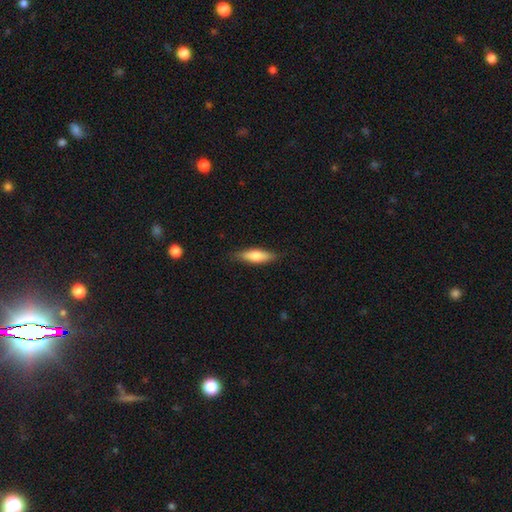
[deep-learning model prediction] Overall: smooth (66%; featured or disk 28%). How rounded: cigar-shaped (52%; in between 46%). Merging: none (84%).